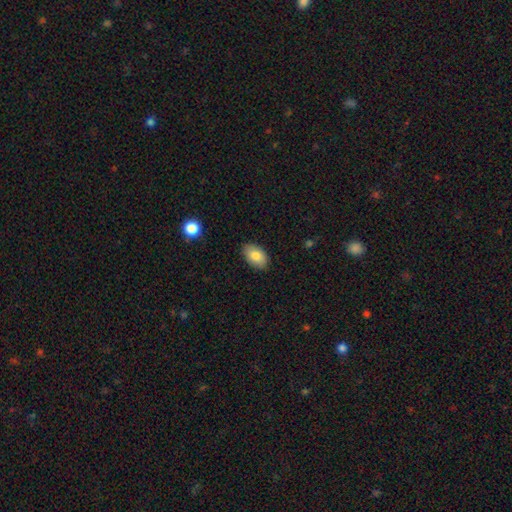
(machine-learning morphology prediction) smooth_or_featured: smooth (p=0.83) [alt: featured or disk p=0.11]
how_rounded: in between (p=0.92) [alt: round p=0.07]
merging: none (p=0.86) [alt: minor disturbance p=0.11]